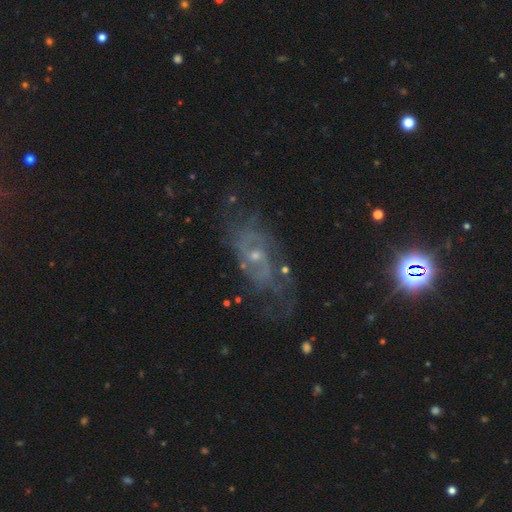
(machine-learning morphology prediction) The model was most divided on "spiral winding": medium: 43%, tight: 38%, loose: 20%. Remaining: edge-on disk — no (94%); spiral arms — yes (88%); smooth or featured — featured or disk (79%); merging — none (64%); bulge size — small (62%); bar — no (59%); spiral arm count — 2 (49%).